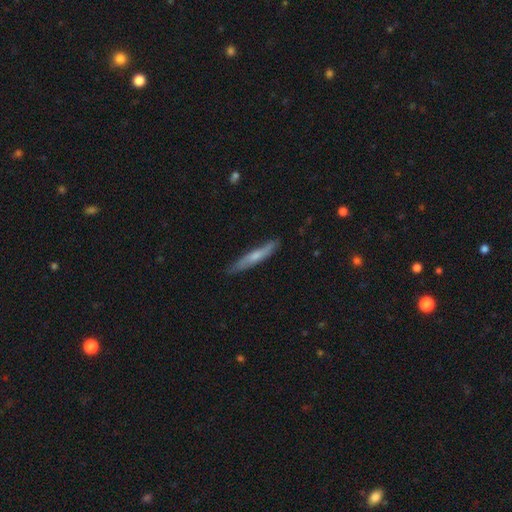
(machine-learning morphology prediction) Smooth or featured?
  - smooth: 52% *
  - featured or disk: 42%
  - star or artifact: 6%
How rounded?
  - cigar-shaped: 93% *
  - in between: 6%
  - round: 1%
Merging?
  - none: 82% *
  - minor disturbance: 14%
  - major disturbance: 2%
  - merger: 1%